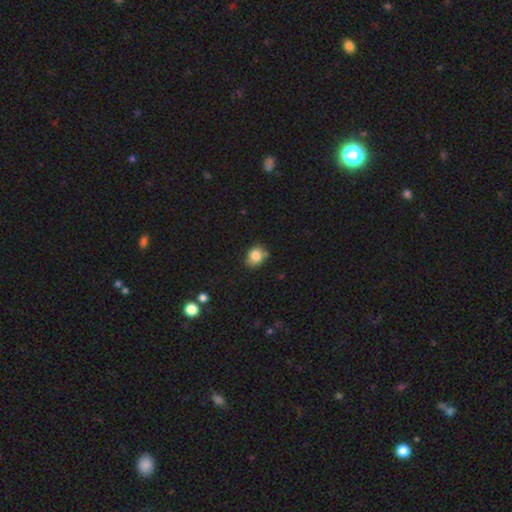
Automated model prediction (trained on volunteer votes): smooth-or-featured: smooth: 83% | star or artifact: 9% | featured or disk: 7%
  how-rounded: round: 50% | in between: 49% | cigar-shaped: 1%
  merging: none: 69% | minor disturbance: 23% | major disturbance: 4% | merger: 4%